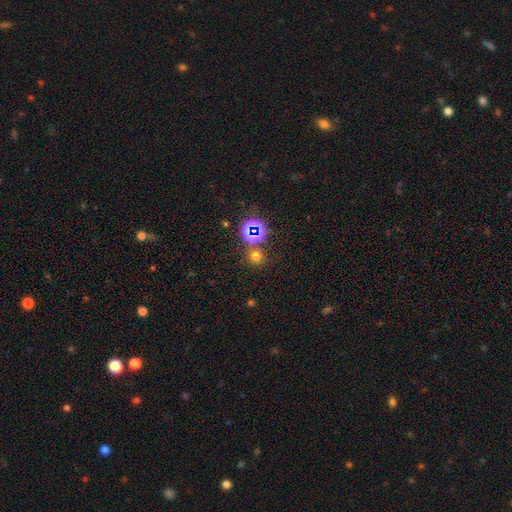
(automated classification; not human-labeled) Q: Smooth or featured?
A: smooth (61%); runner-up: star or artifact (33%)
Q: How rounded?
A: round (91%); runner-up: in between (8%)
Q: Merging?
A: none (78%); runner-up: merger (11%)